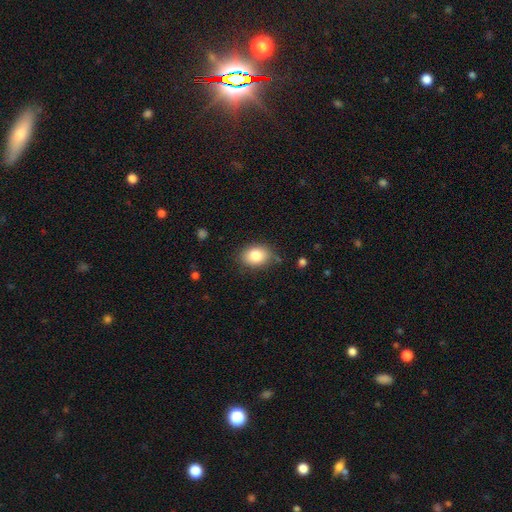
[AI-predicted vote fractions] A smooth galaxy with no disk features (83%) that is in between round and cigar-shaped (68%).

Vote fractions:
- Smooth or featured? smooth: 83% / star or artifact: 9% / featured or disk: 8%
- How rounded? in between: 68% / round: 31% / cigar-shaped: 1%
- Merging? none: 80% / minor disturbance: 15% / major disturbance: 3% / merger: 2%